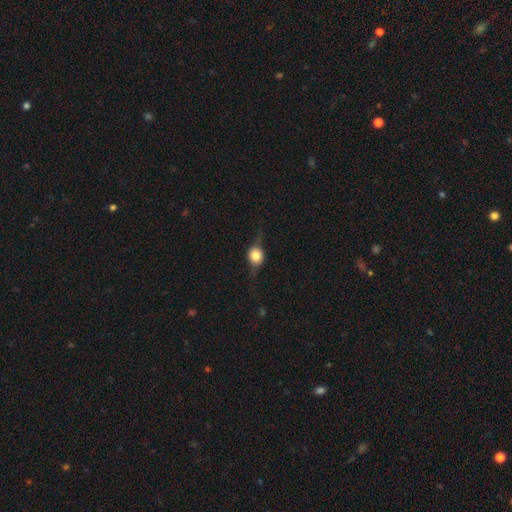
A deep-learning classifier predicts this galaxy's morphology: The model was most divided on "smooth or featured": smooth: 46%, featured or disk: 44%, star or artifact: 10%. More confident: merging — none (68%).